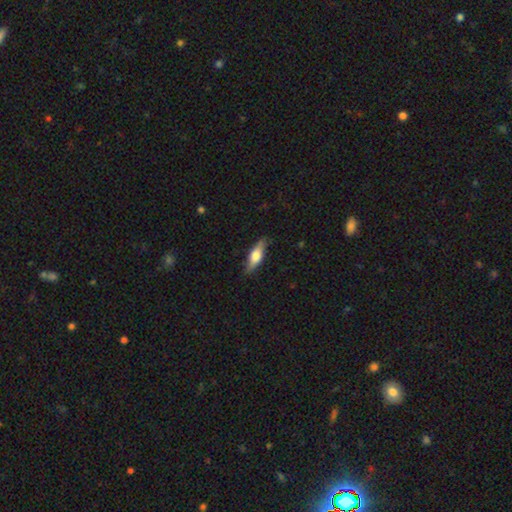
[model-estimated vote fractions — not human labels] This is possibly a smooth galaxy (52%). How rounded: possibly in between (50%). Merging: clearly none (82%).